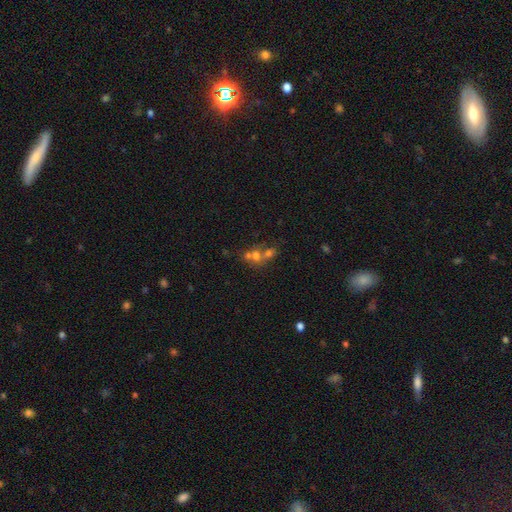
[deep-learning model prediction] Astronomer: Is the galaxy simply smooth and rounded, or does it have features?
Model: smooth — 55%.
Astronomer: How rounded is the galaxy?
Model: round — 66%.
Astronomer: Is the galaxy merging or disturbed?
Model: merger — 61%.